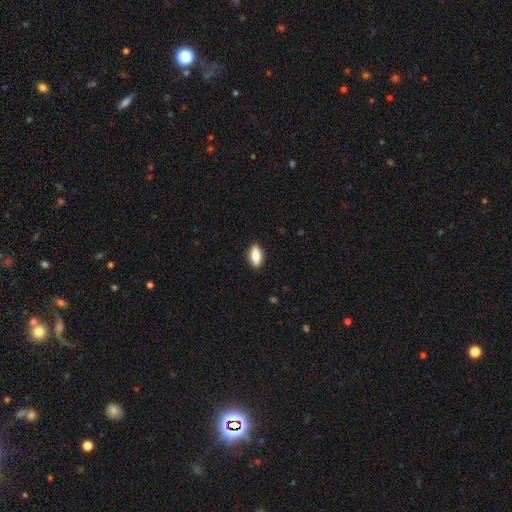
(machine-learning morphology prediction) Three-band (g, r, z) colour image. It shows a smooth galaxy with no disk features (79%) that is in between round and cigar-shaped (82%). Merging: none (89%).